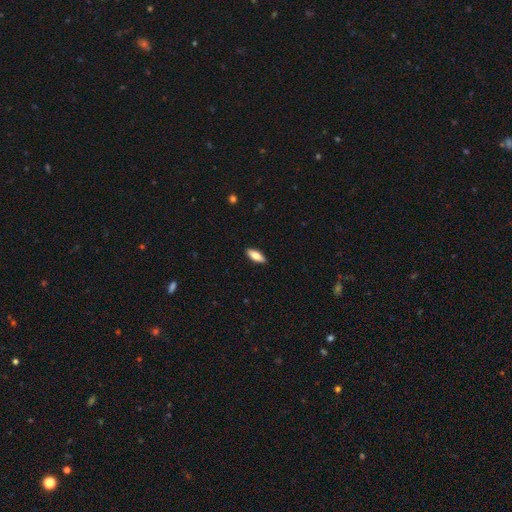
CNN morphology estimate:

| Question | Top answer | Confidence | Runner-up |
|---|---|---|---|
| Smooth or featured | smooth | 79% | featured or disk (15%) |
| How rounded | in between | 73% | cigar-shaped (24%) |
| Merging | none | 90% | minor disturbance (8%) |